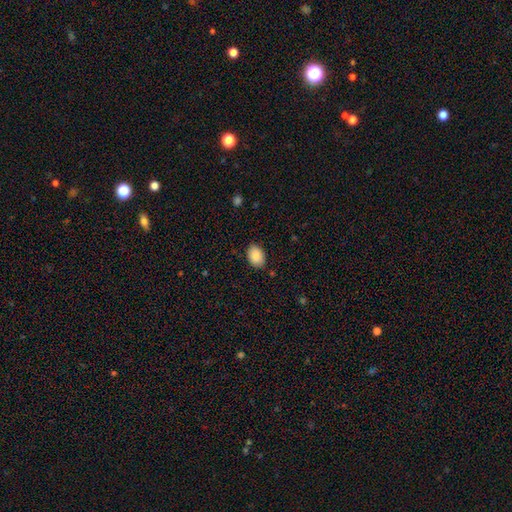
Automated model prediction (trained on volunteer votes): Smooth or featured? smooth (89%)
How rounded? in between (80%)
Merging? none (85%)